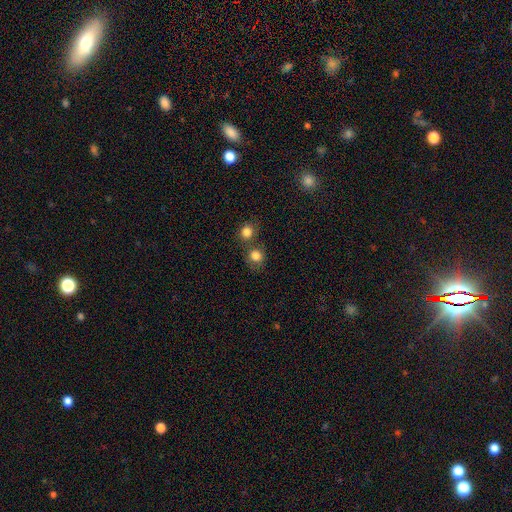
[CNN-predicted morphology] smooth 81%, star or artifact 11%, featured or disk 8%. Down the decision tree: how rounded — round (83%); merging — none (53%).